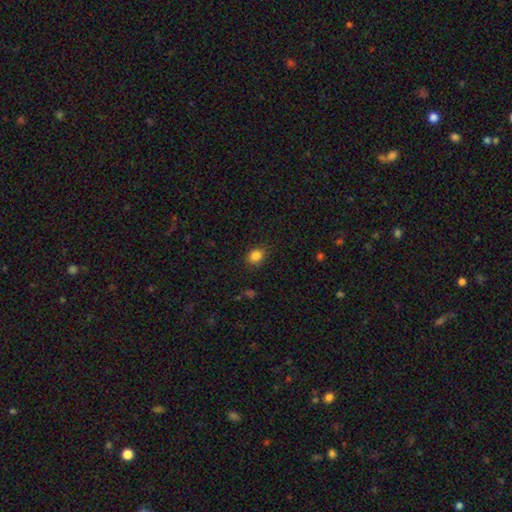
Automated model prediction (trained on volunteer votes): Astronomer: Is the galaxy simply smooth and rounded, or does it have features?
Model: smooth — 84%.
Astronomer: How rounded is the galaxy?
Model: round — 55% (runner-up: in between, 44%).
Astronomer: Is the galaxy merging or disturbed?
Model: none — 81%.